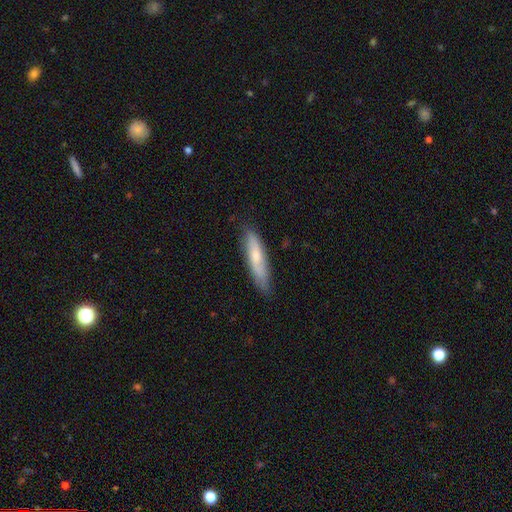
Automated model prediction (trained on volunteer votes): Smooth or featured?
  - smooth: 60% *
  - featured or disk: 34%
  - star or artifact: 6%
How rounded?
  - cigar-shaped: 82% *
  - in between: 17%
  - round: 2%
Merging?
  - none: 80% *
  - minor disturbance: 16%
  - major disturbance: 3%
  - merger: 1%